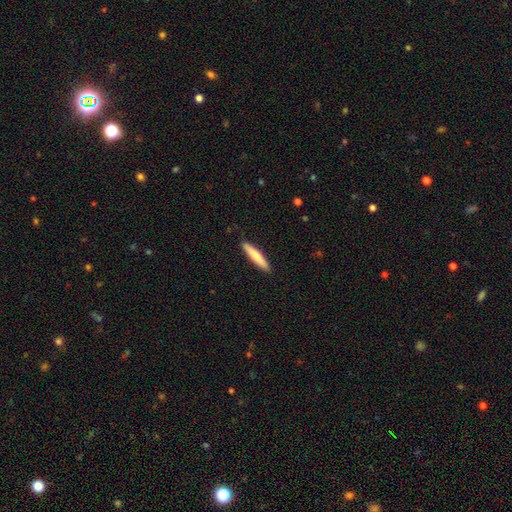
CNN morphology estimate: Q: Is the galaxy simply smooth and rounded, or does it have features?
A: smooth — 74%.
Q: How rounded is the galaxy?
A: cigar-shaped — 90%.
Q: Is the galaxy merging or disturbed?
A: none — 90%.